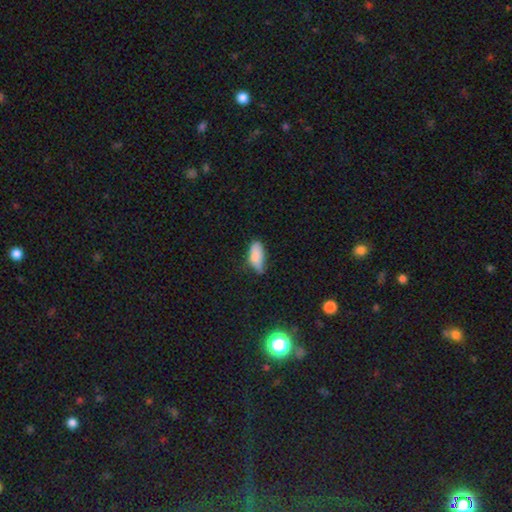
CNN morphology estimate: smooth 82%, featured or disk 10%, star or artifact 7%. Down the decision tree: how rounded — in between (82%); merging — none (45%).